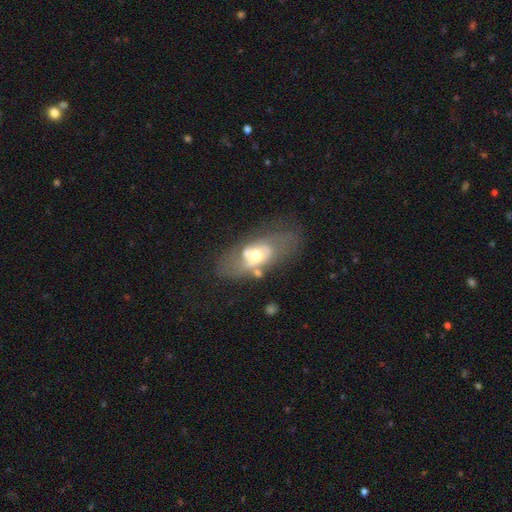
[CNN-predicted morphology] Smooth or featured: featured or disk — 64% (smooth — 28%)
Edge-on disk: no — 90% (yes — 10%)
Bar: no — 67% (weak — 24%)
Spiral arms: yes — 51% (no — 49%)
Bulge size: moderate — 69% (large — 16%)
Merging: none — 47% (minor disturbance — 22%)